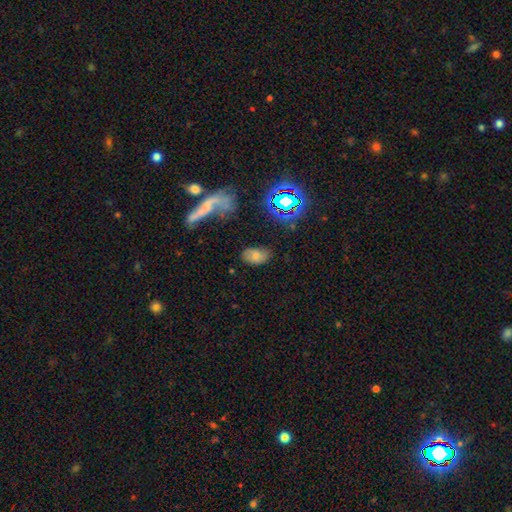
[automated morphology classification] smooth 64%, featured or disk 18%, star or artifact 17%. Down the decision tree: how rounded — in between (90%); merging — none (70%).